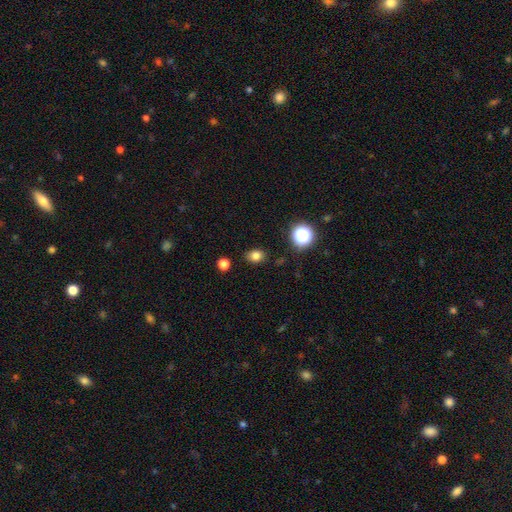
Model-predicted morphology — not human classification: smooth 79%, star or artifact 14%, featured or disk 6%. Down the decision tree: how rounded — in between (60%); merging — none (85%).